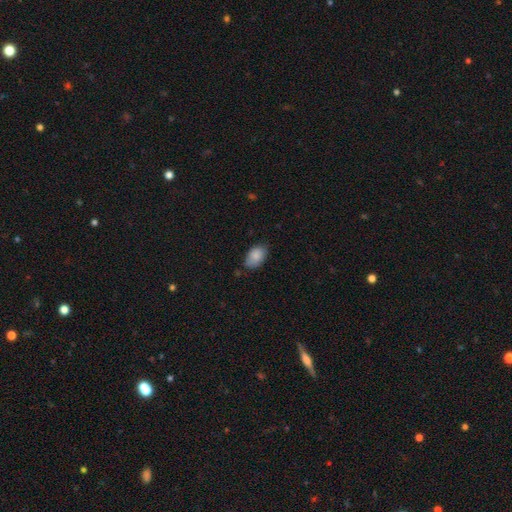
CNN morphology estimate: type=smooth (87%); roundness=in between (90%); merging=none (68%).